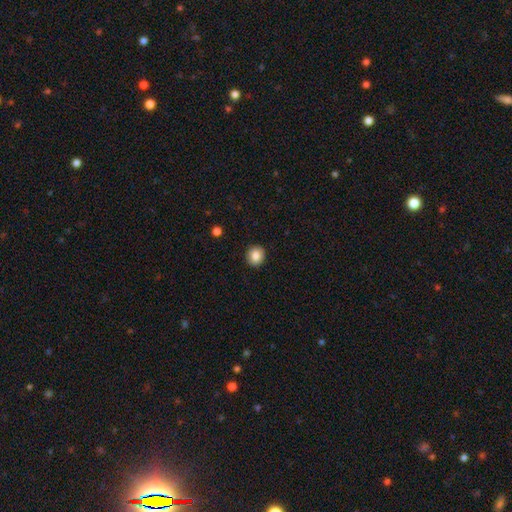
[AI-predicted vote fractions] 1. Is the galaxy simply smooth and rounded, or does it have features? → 83% smooth, 9% star or artifact, 8% featured or disk.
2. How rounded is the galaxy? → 83% round, 16% in between, 1% cigar-shaped.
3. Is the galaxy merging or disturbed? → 91% none, 6% minor disturbance, 2% major disturbance, 1% merger.